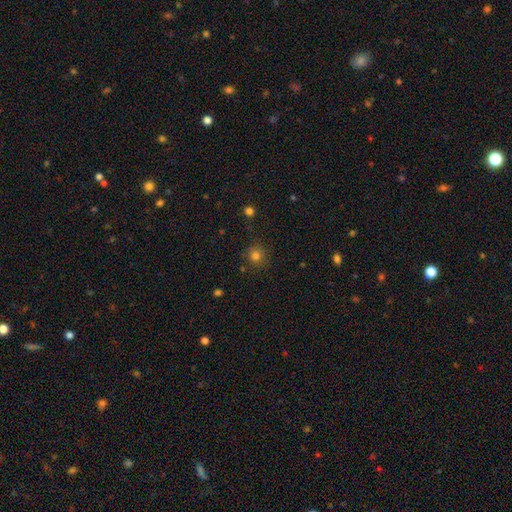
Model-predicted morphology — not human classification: smooth-or-featured: smooth: 79% | star or artifact: 15% | featured or disk: 6%
  how-rounded: round: 92% | in between: 7% | cigar-shaped: 1%
  merging: none: 85% | minor disturbance: 10% | major disturbance: 3% | merger: 2%